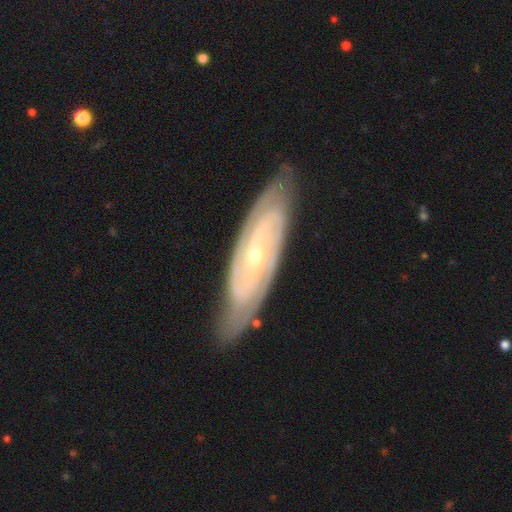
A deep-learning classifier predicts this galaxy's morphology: Smooth or featured? featured or disk (89%)
Edge-on disk? no (88%)
Bar? no (50%)
Spiral arms? yes (97%)
Spiral winding? tight (65%)
Spiral arm count? 2 (48%)
Bulge size? small (72%)
Merging? none (81%)